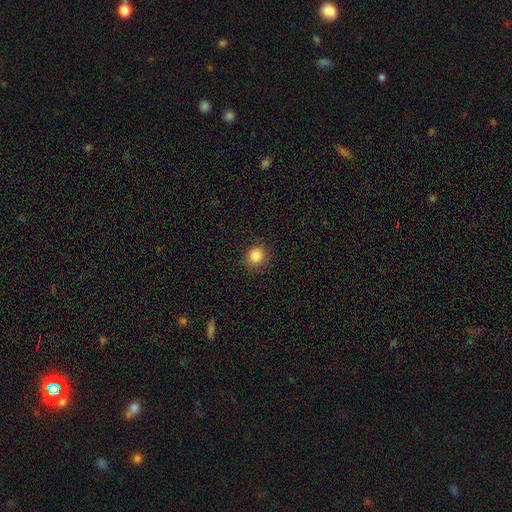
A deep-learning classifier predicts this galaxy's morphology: The model was most divided on "how rounded": round: 86%, in between: 13%, cigar-shaped: 1%. More confident: merging — none (88%); smooth or featured — smooth (86%).